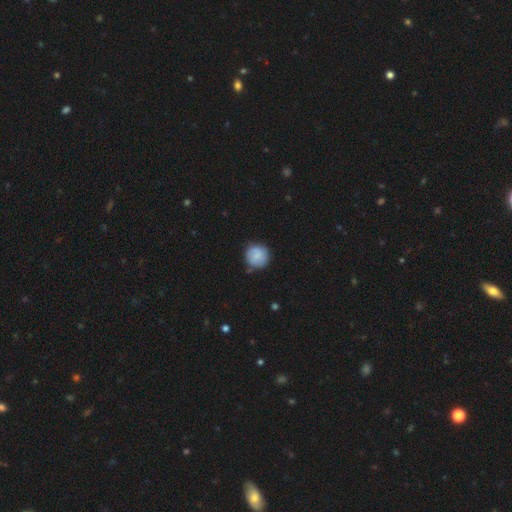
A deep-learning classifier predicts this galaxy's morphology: Smooth or featured?
  - smooth: 80% *
  - featured or disk: 13%
  - star or artifact: 7%
How rounded?
  - round: 93% *
  - in between: 6%
  - cigar-shaped: 1%
Merging?
  - none: 78% *
  - minor disturbance: 16%
  - major disturbance: 4%
  - merger: 2%